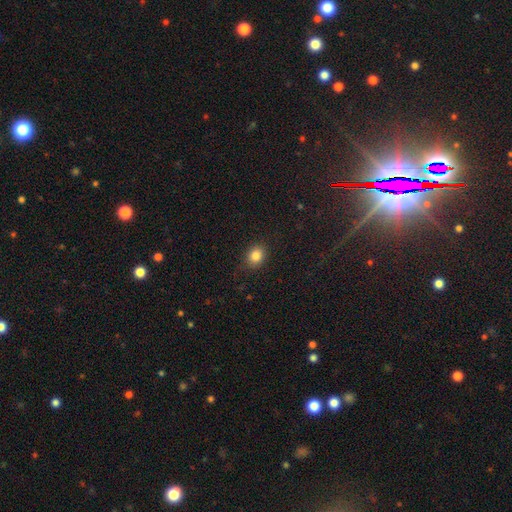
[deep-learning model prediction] A smooth galaxy with no disk features (84%) that is round (63%).

Vote fractions:
- Smooth or featured? smooth: 84% / star or artifact: 11% / featured or disk: 5%
- How rounded? round: 63% / in between: 36% / cigar-shaped: 1%
- Merging? none: 86% / minor disturbance: 10% / major disturbance: 3% / merger: 1%